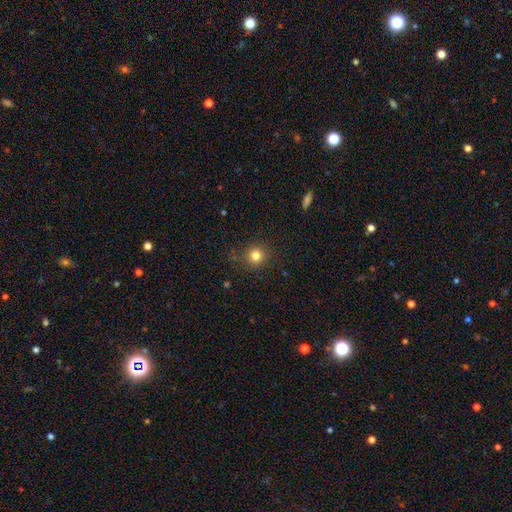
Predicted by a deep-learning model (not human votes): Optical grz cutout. It shows a smooth galaxy with no disk features (81%) that is round (91%). Merging: none (86%).